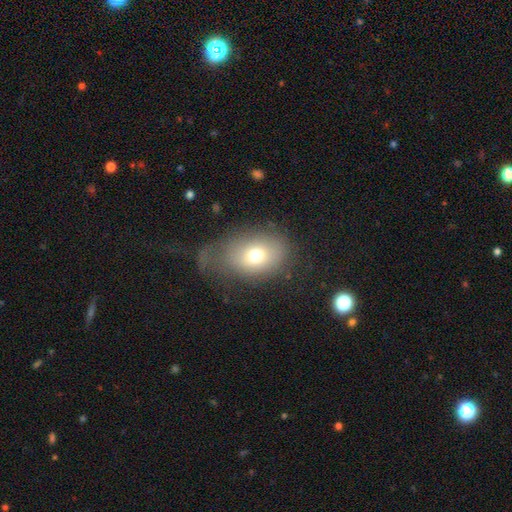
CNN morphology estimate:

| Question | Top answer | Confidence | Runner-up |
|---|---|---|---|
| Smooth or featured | smooth | 72% | featured or disk (18%) |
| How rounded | in between | 74% | round (25%) |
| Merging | none | 42% | major disturbance (30%) |